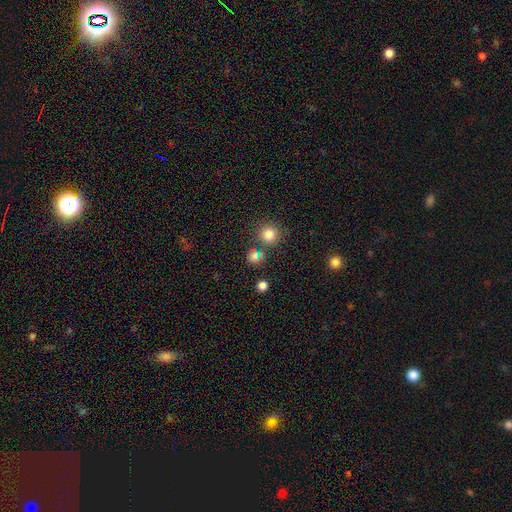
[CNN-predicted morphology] type=smooth (75%); roundness=round (88%); merging=none (77%).